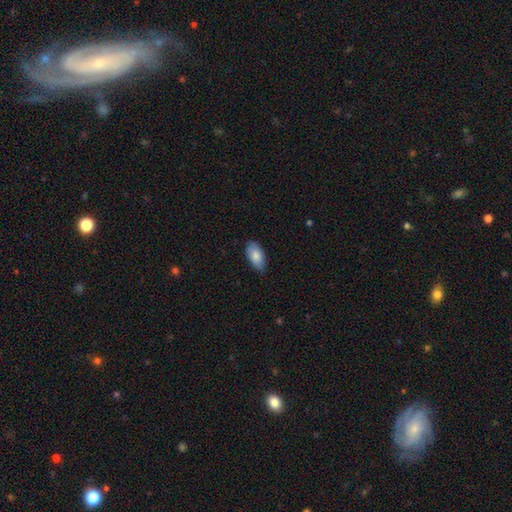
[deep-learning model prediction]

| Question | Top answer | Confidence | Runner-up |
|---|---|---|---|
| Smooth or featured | smooth | 84% | featured or disk (10%) |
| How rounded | in between | 94% | cigar-shaped (3%) |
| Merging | none | 80% | minor disturbance (17%) |